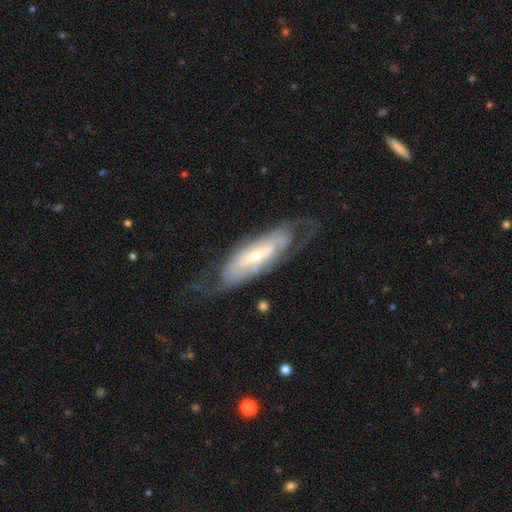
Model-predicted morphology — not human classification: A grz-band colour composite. It shows a featured or disk galaxy (78%) with a strong bar (35%), 2 (52%) tight (45%) spiral arms (82%) and a small central bulge (59%). Merging: none (62%).